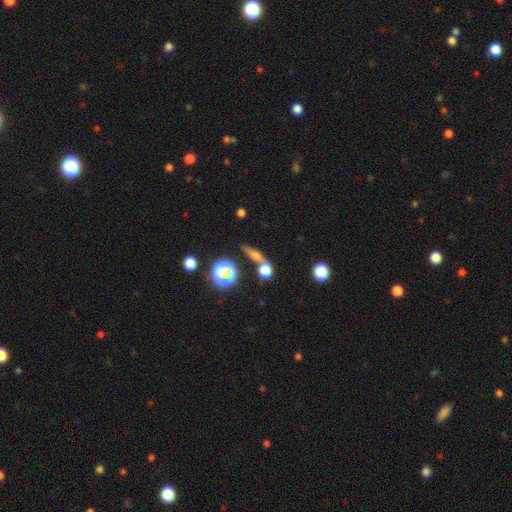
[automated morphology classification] smooth_or_featured: smooth (p=0.45) [alt: featured or disk p=0.32]
merging: none (p=0.58) [alt: merger p=0.25]